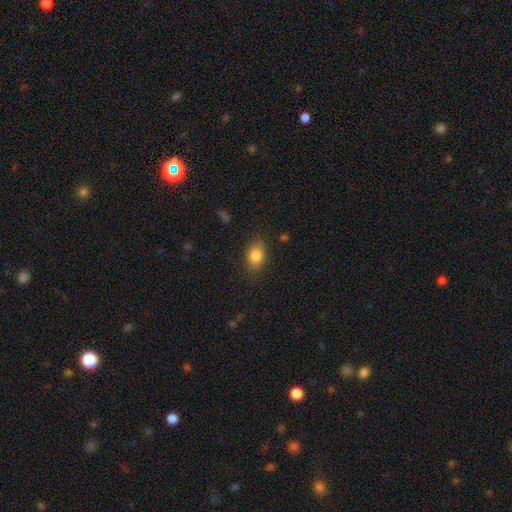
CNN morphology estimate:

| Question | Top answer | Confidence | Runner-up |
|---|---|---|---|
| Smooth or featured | smooth | 84% | star or artifact (9%) |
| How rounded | in between | 76% | round (21%) |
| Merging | none | 81% | minor disturbance (14%) |